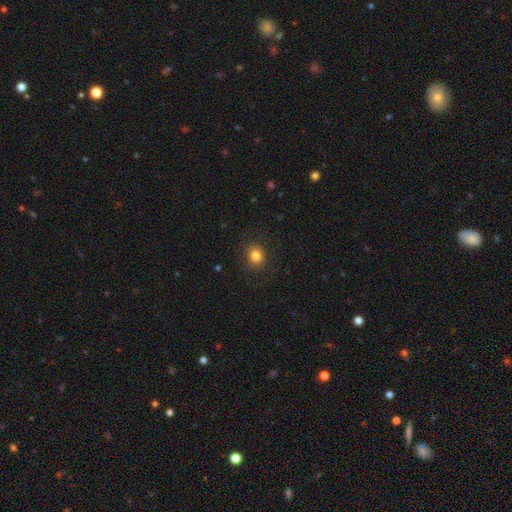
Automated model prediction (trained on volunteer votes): This appears to be a smooth galaxy with no disk features (82%) that is round (78%). Merging: none (88%).